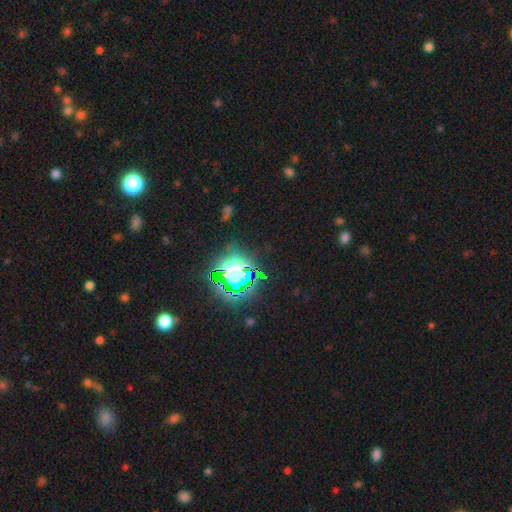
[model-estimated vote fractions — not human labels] star or artifact 79%, smooth 14%, featured or disk 7%.